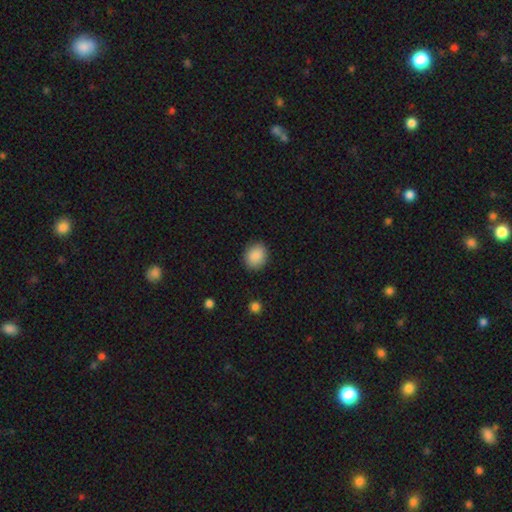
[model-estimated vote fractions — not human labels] smooth-or-featured: smooth: 89% | star or artifact: 8% | featured or disk: 3%
  how-rounded: round: 62% | in between: 37% | cigar-shaped: 1%
  merging: none: 88% | minor disturbance: 9% | major disturbance: 2% | merger: 1%